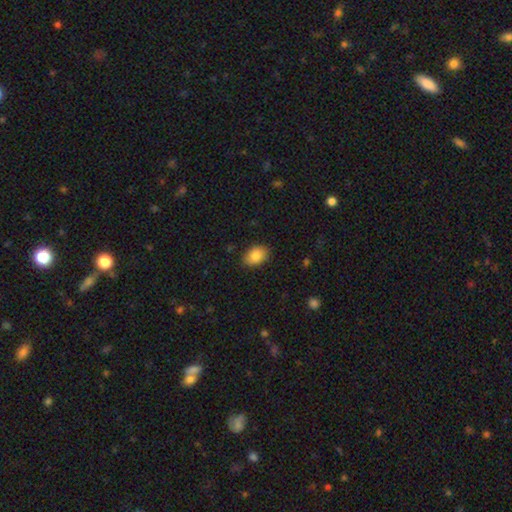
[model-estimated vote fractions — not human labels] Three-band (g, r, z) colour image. It shows a smooth galaxy with no disk features (86%) that is in between round and cigar-shaped (81%). Merging: none (85%).